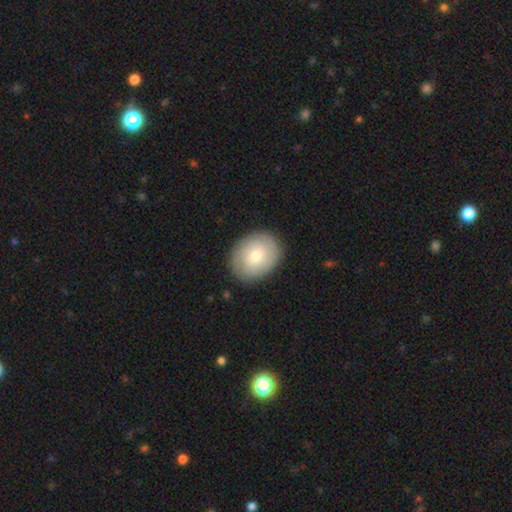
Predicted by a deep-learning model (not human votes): Smooth or featured? smooth (70%)
How rounded? in between (52%)
Merging? none (87%)